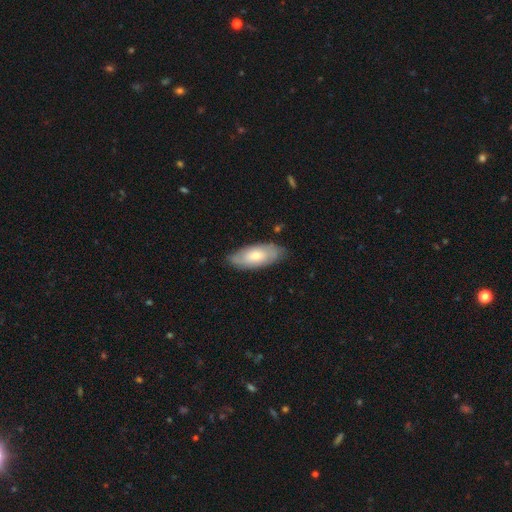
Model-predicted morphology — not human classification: smooth_or_featured: smooth (p=0.58) [alt: featured or disk p=0.37]
how_rounded: in between (p=0.85) [alt: cigar-shaped p=0.13]
merging: none (p=0.79) [alt: minor disturbance p=0.17]